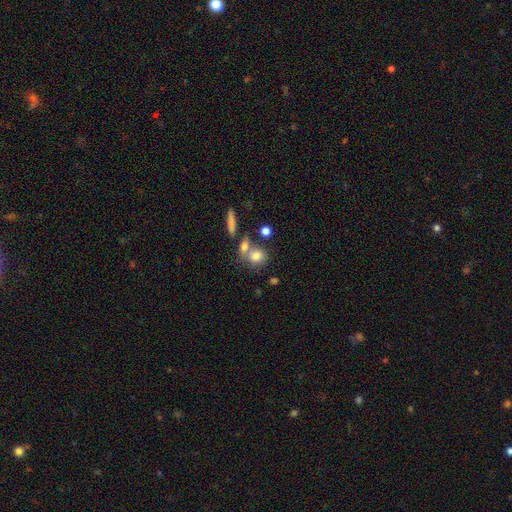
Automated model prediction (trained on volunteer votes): smooth_or_featured: smooth (p=0.77) [alt: featured or disk p=0.12]
how_rounded: round (p=0.65) [alt: in between p=0.32]
merging: none (p=0.45) [alt: merger p=0.38]